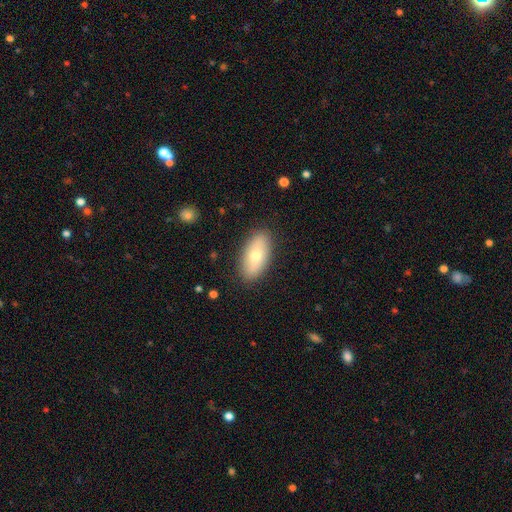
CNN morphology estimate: Smooth or featured? Predicted: smooth (p=0.71). How rounded? Predicted: in between (p=0.92). Merging? Predicted: none (p=0.86).